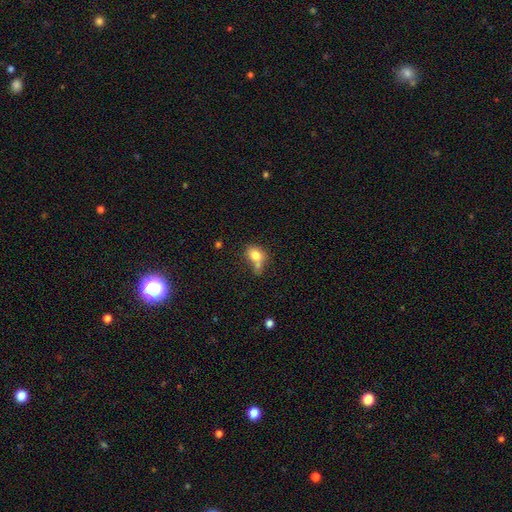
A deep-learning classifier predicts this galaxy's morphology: This appears to be a smooth galaxy with no disk features (78%) that is in between round and cigar-shaped (66%). Merging: merger (37%).